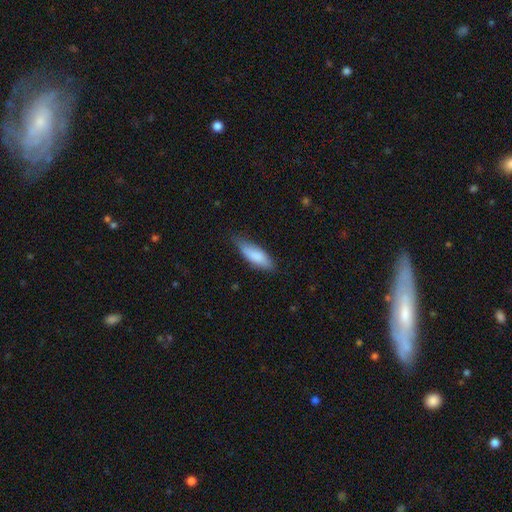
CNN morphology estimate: Smooth or featured?
  - smooth: 84% *
  - featured or disk: 11%
  - star or artifact: 5%
How rounded?
  - in between: 57% *
  - cigar-shaped: 41%
  - round: 2%
Merging?
  - none: 67% *
  - minor disturbance: 27%
  - major disturbance: 5%
  - merger: 1%